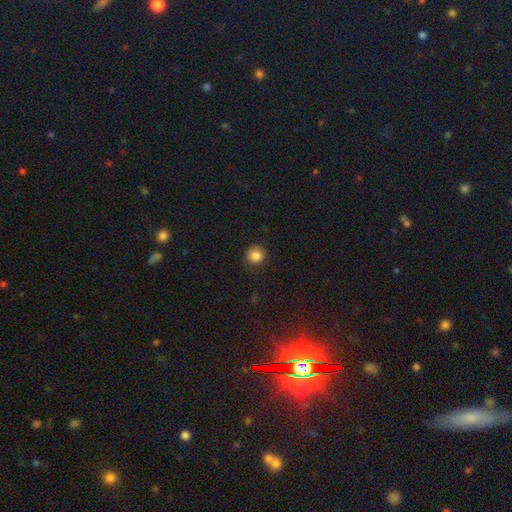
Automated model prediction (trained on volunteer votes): Morphology: type=smooth (84%); roundness=round (90%); merging=none (84%).